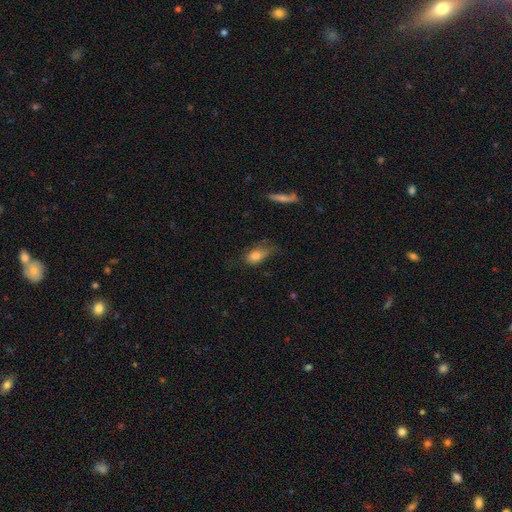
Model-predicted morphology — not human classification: This appears to be a smooth galaxy with no disk features (79%) that is in between round and cigar-shaped (86%). Merging: none (45%).